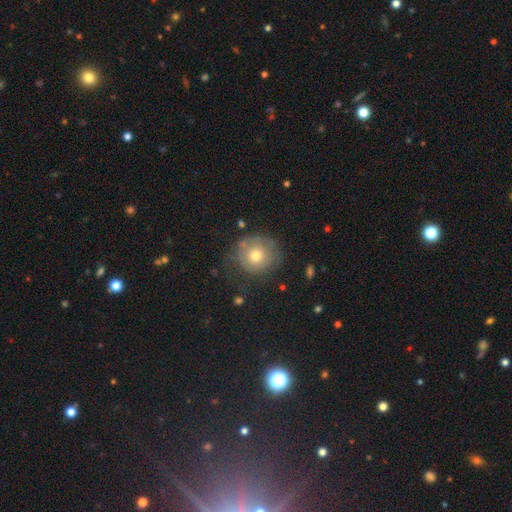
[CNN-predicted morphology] Smooth or featured: smooth — 58% (featured or disk — 33%)
How rounded: round — 88% (in between — 11%)
Merging: none — 64% (minor disturbance — 22%)